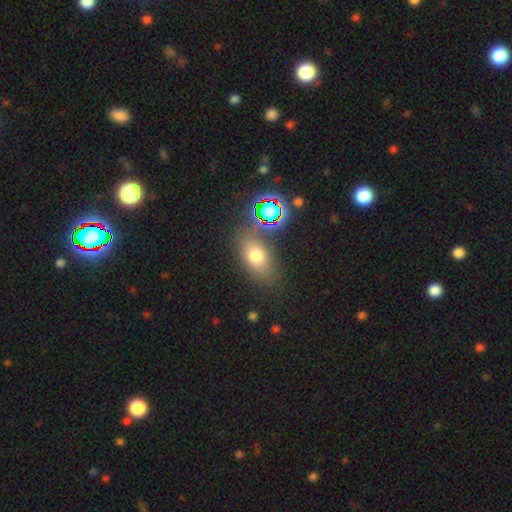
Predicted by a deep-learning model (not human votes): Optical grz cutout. It shows a smooth galaxy with no disk features (68%) that is in between round and cigar-shaped (75%). Merging: none (74%).